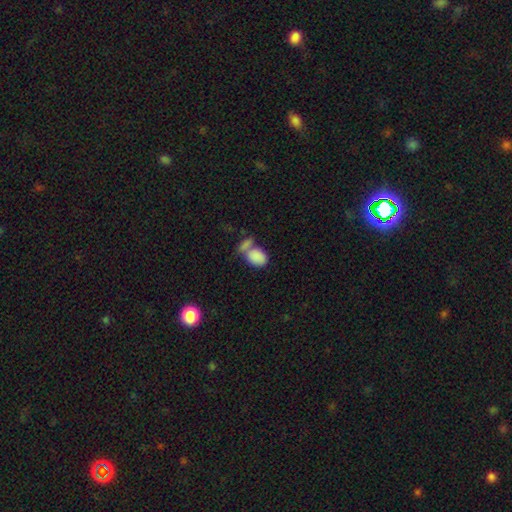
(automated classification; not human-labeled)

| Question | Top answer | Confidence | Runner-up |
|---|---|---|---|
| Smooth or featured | smooth | 84% | featured or disk (8%) |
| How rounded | in between | 82% | round (17%) |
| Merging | merger | 51% | none (31%) |